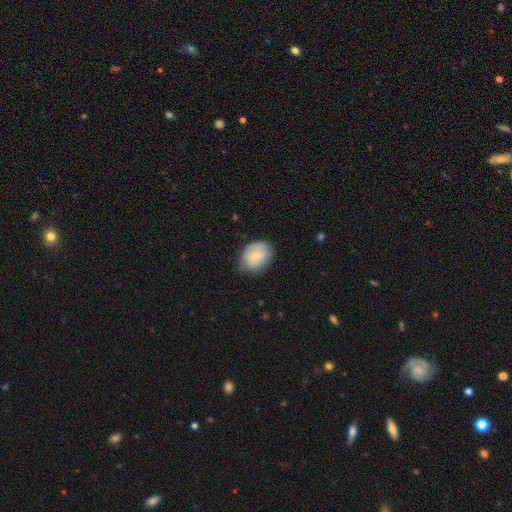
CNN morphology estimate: Q: Smooth or featured?
A: smooth (70%); runner-up: featured or disk (24%)
Q: How rounded?
A: in between (58%); runner-up: round (42%)
Q: Merging?
A: none (62%); runner-up: minor disturbance (30%)